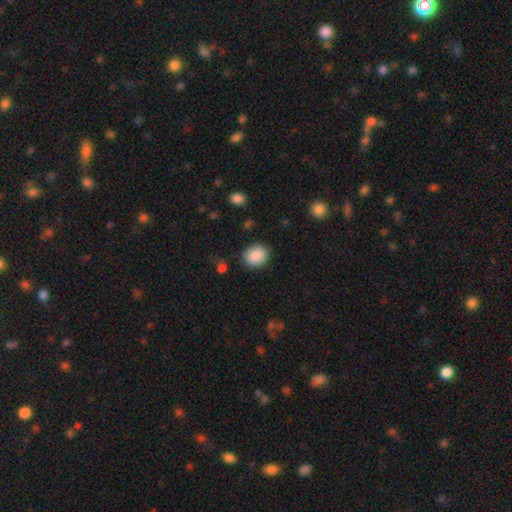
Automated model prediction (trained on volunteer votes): This is clearly a smooth galaxy (89%). How rounded: possibly round (53%). Merging: clearly none (85%).